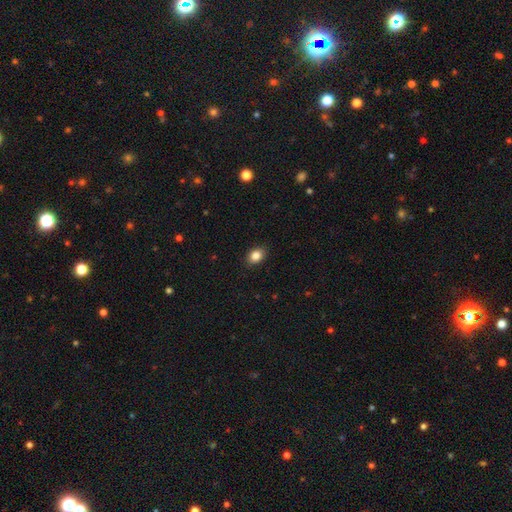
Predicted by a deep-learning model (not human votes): smooth_or_featured: smooth (p=0.86) [alt: star or artifact p=0.09]
how_rounded: in between (p=0.74) [alt: round p=0.25]
merging: none (p=0.89) [alt: minor disturbance p=0.08]